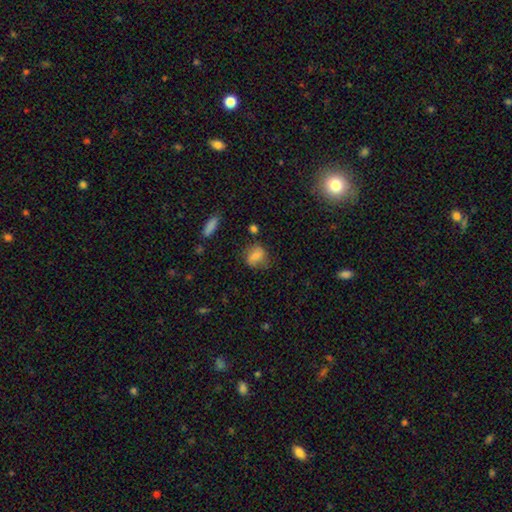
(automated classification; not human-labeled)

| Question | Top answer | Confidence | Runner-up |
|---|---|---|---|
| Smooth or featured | smooth | 75% | featured or disk (16%) |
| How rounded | in between | 52% | round (45%) |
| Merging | none | 62% | minor disturbance (25%) |